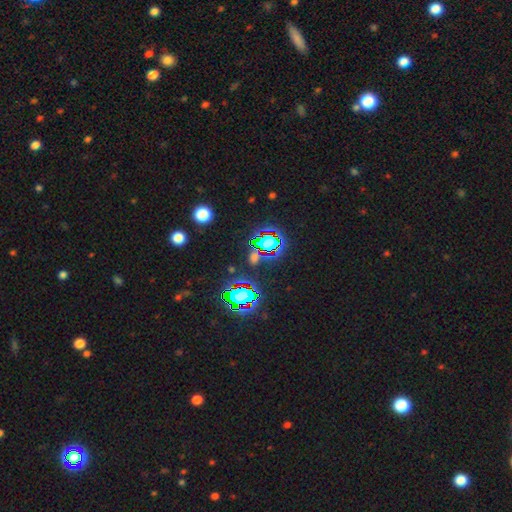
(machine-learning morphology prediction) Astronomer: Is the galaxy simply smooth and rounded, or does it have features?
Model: star or artifact — 77%.